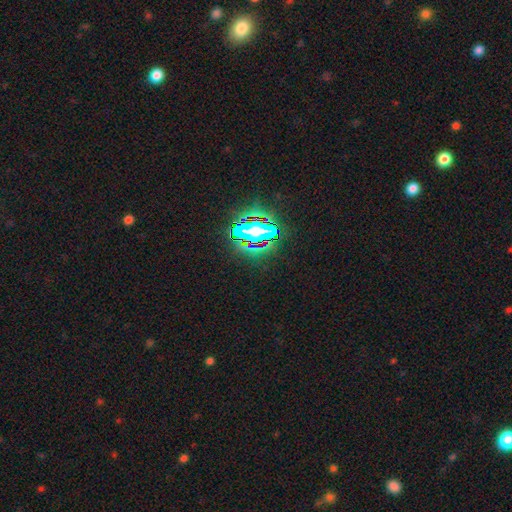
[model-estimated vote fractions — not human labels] The model was most divided on "smooth or featured": star or artifact: 72%, smooth: 16%, featured or disk: 12%.